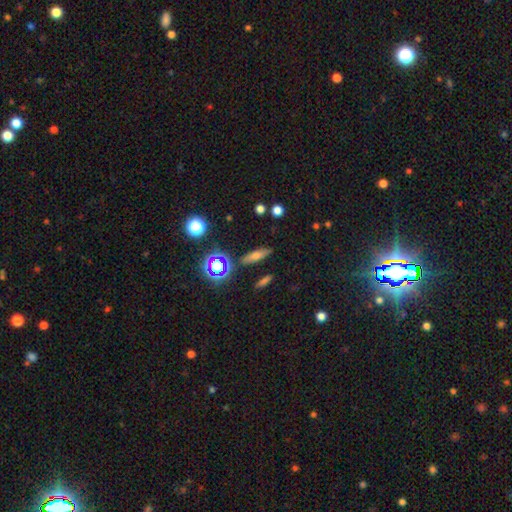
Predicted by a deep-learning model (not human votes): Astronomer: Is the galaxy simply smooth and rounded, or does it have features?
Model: smooth — 53%.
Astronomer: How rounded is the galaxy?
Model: cigar-shaped — 59%.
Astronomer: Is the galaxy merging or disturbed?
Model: none — 85%.